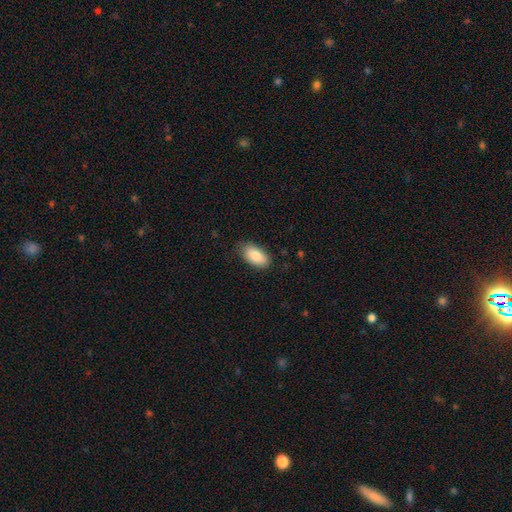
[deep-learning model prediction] smooth_or_featured: smooth (p=0.84) [alt: featured or disk p=0.09]
how_rounded: in between (p=0.93) [alt: cigar-shaped p=0.04]
merging: none (p=0.80) [alt: minor disturbance p=0.16]